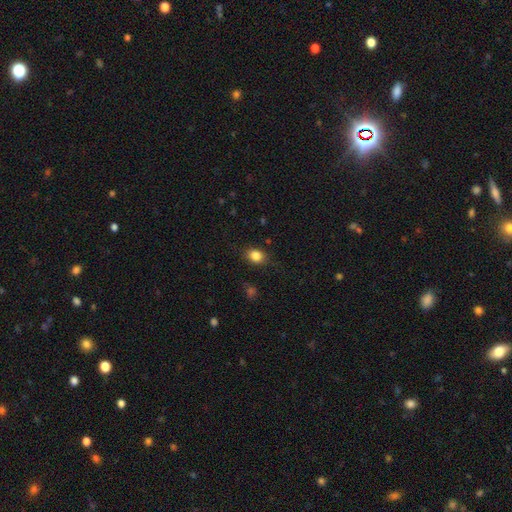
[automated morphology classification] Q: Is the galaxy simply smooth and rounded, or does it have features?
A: smooth — 84%.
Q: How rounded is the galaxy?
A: in between — 55%.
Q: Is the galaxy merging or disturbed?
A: none — 81%.